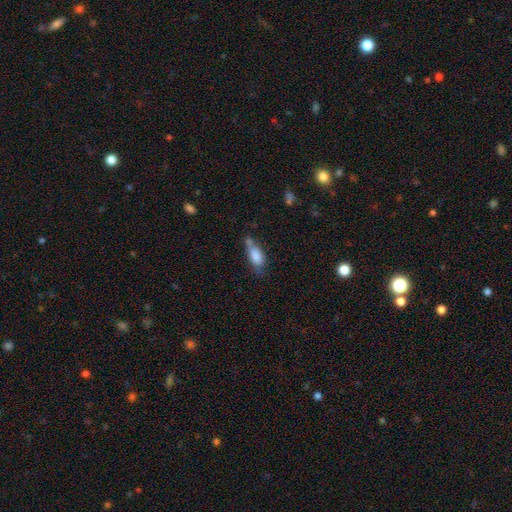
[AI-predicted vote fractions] A smooth galaxy with no disk features (78%) that is in between round and cigar-shaped (78%). Merging: none (39%).